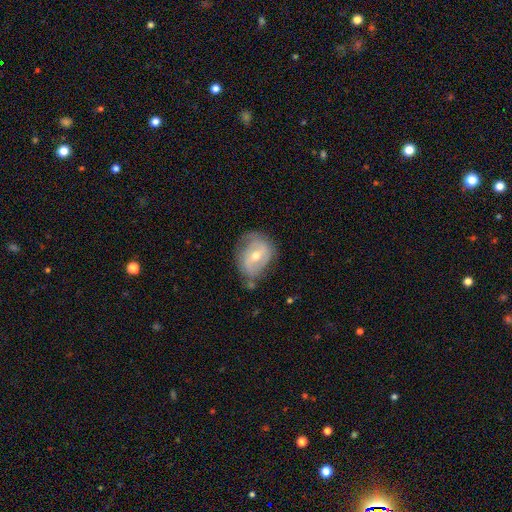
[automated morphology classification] smooth-or-featured: featured or disk: 63% | smooth: 31% | star or artifact: 6%
  disk-edge-on: no: 96% | yes: 4%
    bar: weak: 49% | no: 30% | strong: 21%
    has-spiral-arms: yes: 68% | no: 32%
    bulge-size: moderate: 67% | small: 28% | large: 3% | none: 1% | dominant: 1%
  merging: none: 56% | minor disturbance: 29% | major disturbance: 10% | merger: 4%